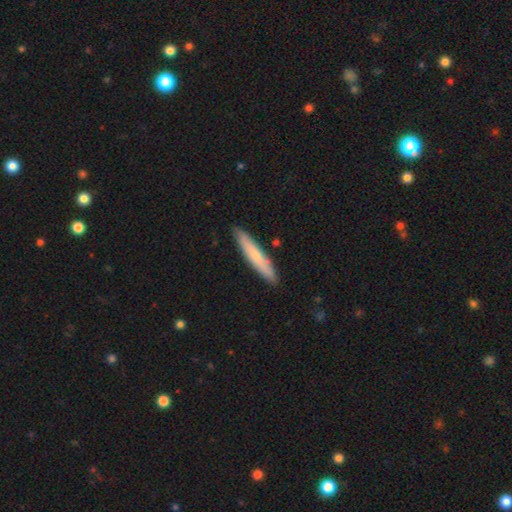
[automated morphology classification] smooth-or-featured: smooth: 69% | featured or disk: 26% | star or artifact: 5%
  how-rounded: cigar-shaped: 92% | in between: 7% | round: 1%
  merging: none: 88% | minor disturbance: 8% | merger: 2% | major disturbance: 1%